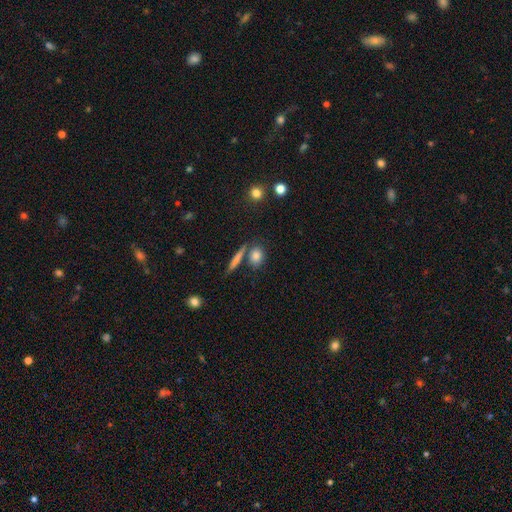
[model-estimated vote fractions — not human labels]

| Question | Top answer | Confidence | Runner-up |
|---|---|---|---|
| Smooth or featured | smooth | 81% | featured or disk (10%) |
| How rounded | round | 46% | in between (43%) |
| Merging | none | 69% | merger (16%) |